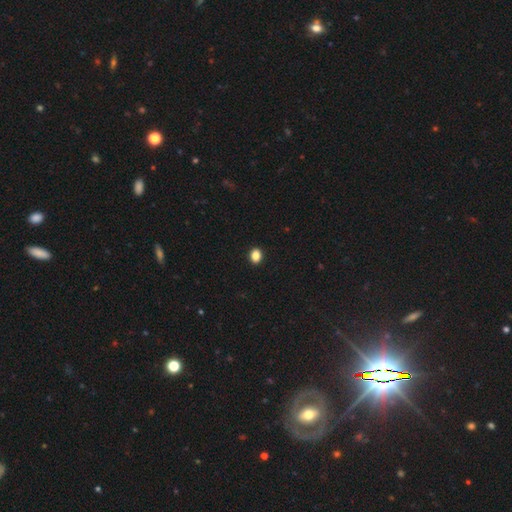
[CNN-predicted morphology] type=smooth (86%); roundness=in between (59%); merging=none (92%).